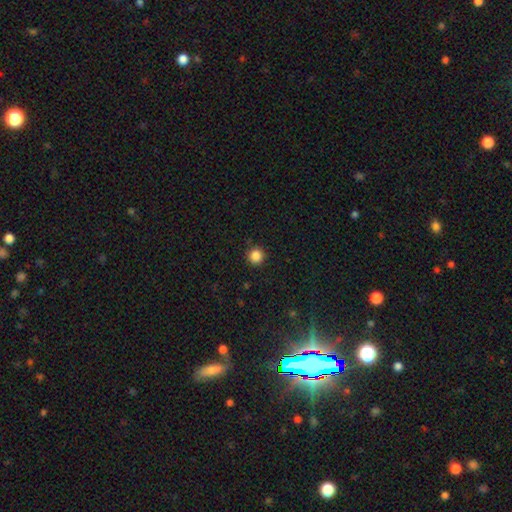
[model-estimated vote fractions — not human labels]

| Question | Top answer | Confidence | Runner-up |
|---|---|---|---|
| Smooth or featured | smooth | 86% | star or artifact (11%) |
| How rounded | round | 95% | in between (4%) |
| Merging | none | 92% | minor disturbance (5%) |